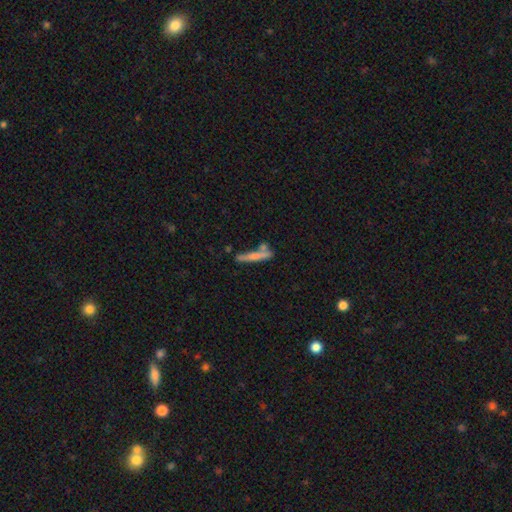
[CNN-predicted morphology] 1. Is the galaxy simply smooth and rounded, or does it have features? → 61% smooth, 32% featured or disk, 7% star or artifact.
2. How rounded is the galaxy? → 92% cigar-shaped, 6% in between, 2% round.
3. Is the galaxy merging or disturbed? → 62% none, 17% merger, 16% minor disturbance, 5% major disturbance.